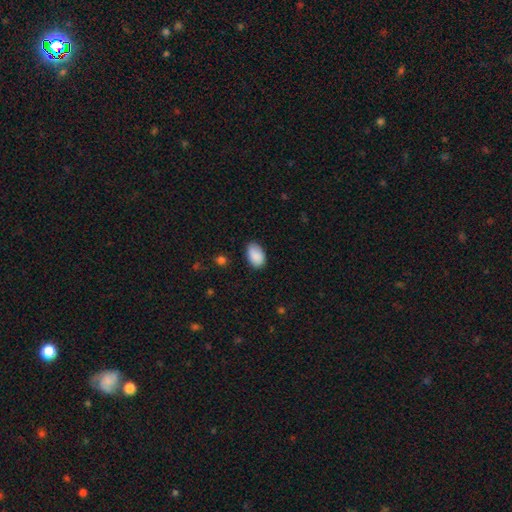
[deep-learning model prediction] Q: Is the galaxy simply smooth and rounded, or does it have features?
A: smooth — 90%.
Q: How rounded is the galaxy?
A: in between — 91%.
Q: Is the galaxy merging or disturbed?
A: none — 79%.